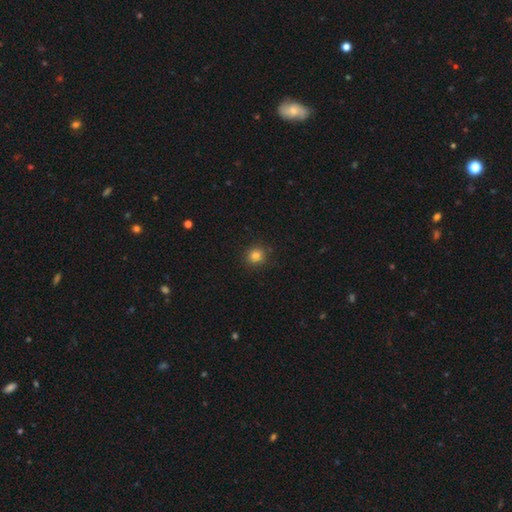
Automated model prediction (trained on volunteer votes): Morphology: type=smooth (82%); roundness=round (88%); merging=none (89%).